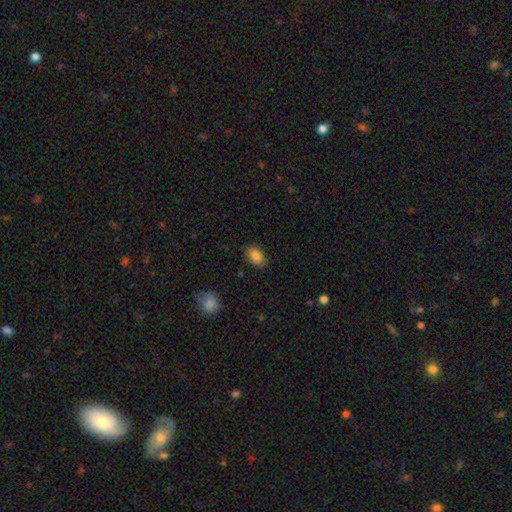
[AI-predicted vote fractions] smooth_or_featured: smooth (p=0.85) [alt: star or artifact p=0.08]
how_rounded: in between (p=0.90) [alt: round p=0.08]
merging: none (p=0.85) [alt: minor disturbance p=0.12]